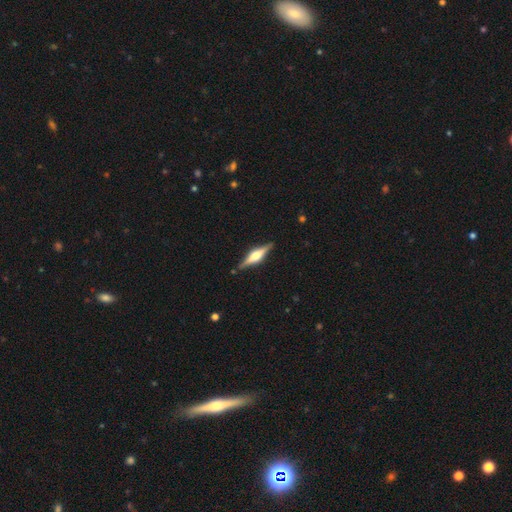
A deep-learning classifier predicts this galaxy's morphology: A featured or disk galaxy (77%) viewed edge-on (98%) with a rounded central bulge (82%). Merging: none (88%).